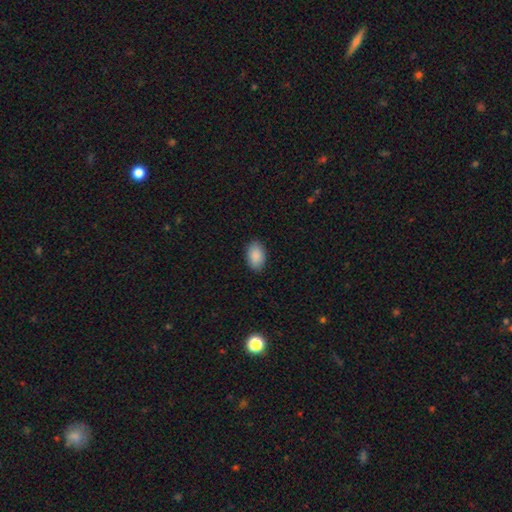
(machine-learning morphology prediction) This appears to be a smooth galaxy with no disk features (90%) that is in between round and cigar-shaped (91%). Merging: none (87%).